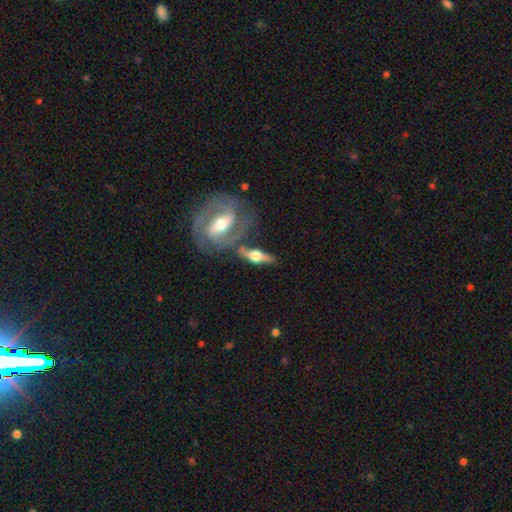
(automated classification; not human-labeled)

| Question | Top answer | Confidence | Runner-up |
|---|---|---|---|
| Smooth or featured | featured or disk | 72% | smooth (24%) |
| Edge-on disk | yes | 80% | no (20%) |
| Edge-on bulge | rounded | 95% | boxy (3%) |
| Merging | none | 60% | merger (19%) |